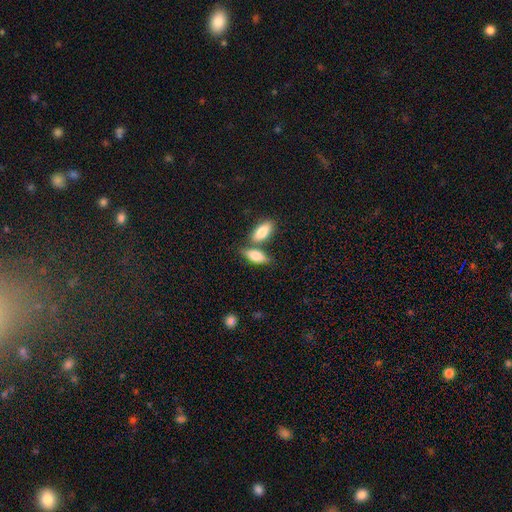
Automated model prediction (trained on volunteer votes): Morphology: type=smooth (75%); roundness=in between (75%); merging=none (53%).